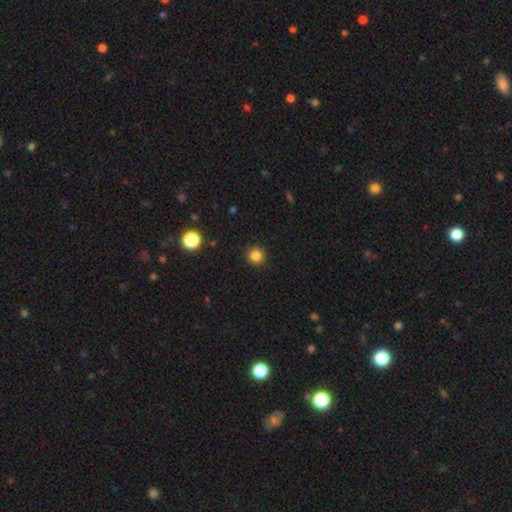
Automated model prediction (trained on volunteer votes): Smooth or featured: smooth — 83% (star or artifact — 13%)
How rounded: round — 95% (in between — 4%)
Merging: none — 92% (minor disturbance — 5%)